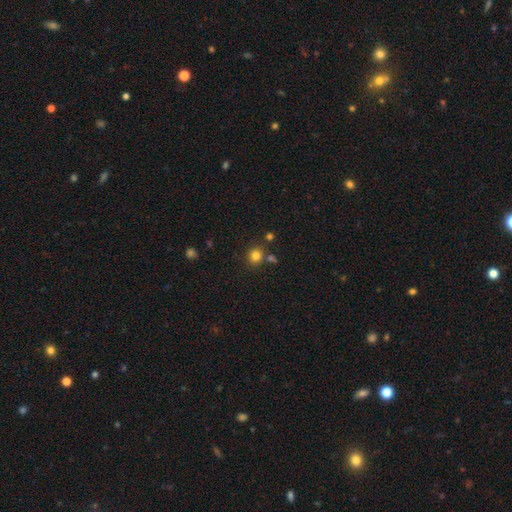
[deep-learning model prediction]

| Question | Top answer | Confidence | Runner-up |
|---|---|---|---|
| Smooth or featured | smooth | 81% | star or artifact (14%) |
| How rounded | round | 89% | in between (10%) |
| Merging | none | 77% | merger (11%) |